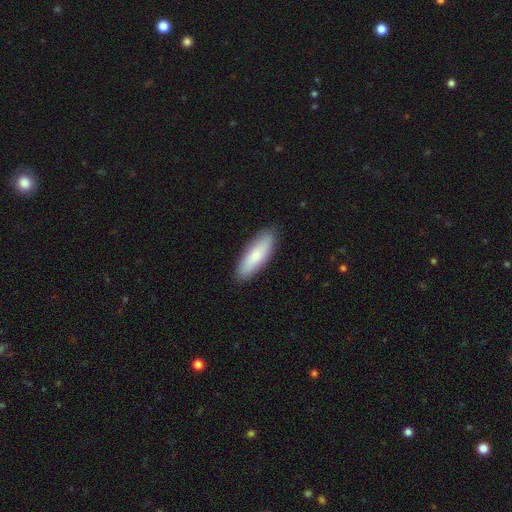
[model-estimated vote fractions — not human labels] A smooth galaxy with no disk features (79%) that is in between round and cigar-shaped (51%). Merging: none (89%).